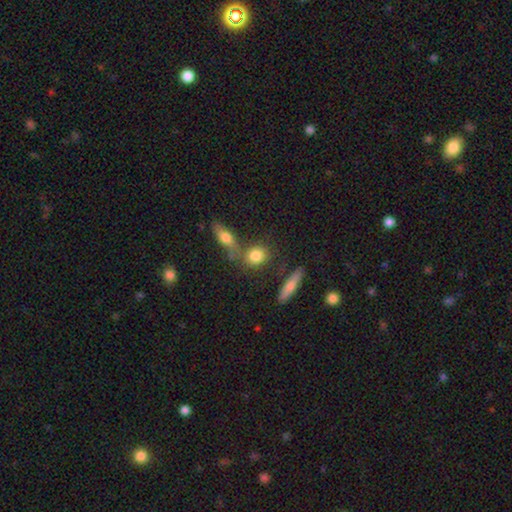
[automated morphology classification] This is clearly a smooth galaxy (80%). How rounded: likely round (63%). Merging: likely none (63%).